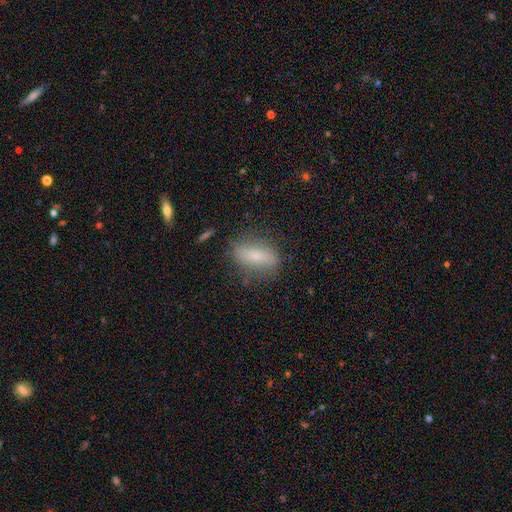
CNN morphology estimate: smooth-or-featured: smooth: 65% | featured or disk: 26% | star or artifact: 9%
  how-rounded: in between: 73% | cigar-shaped: 19% | round: 8%
  merging: none: 78% | minor disturbance: 15% | major disturbance: 5% | merger: 2%